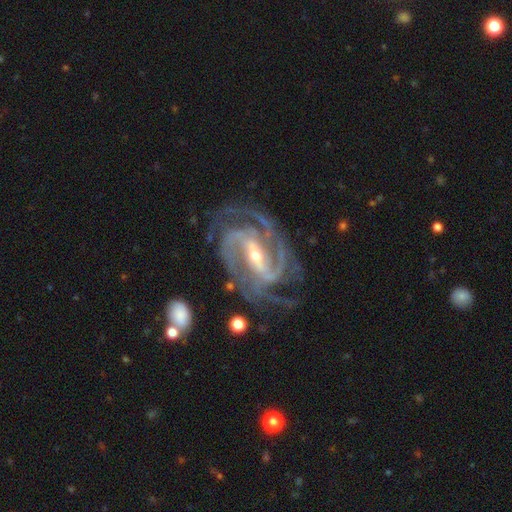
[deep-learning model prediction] Q: Smooth or featured?
A: featured or disk (94%); runner-up: star or artifact (4%)
Q: Edge-on disk?
A: no (98%); runner-up: yes (2%)
Q: Bar?
A: strong (63%); runner-up: weak (27%)
Q: Spiral arms?
A: yes (99%); runner-up: no (1%)
Q: Spiral winding?
A: tight (47%); runner-up: medium (46%)
Q: Spiral arm count?
A: 3 (35%); runner-up: 2 (28%)
Q: Bulge size?
A: small (61%); runner-up: moderate (35%)
Q: Merging?
A: none (68%); runner-up: minor disturbance (18%)